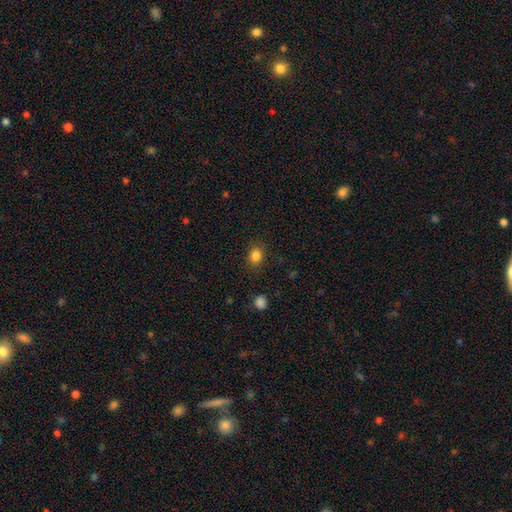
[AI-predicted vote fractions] This appears to be a smooth galaxy with no disk features (84%) that is round (53%). Merging: none (85%).